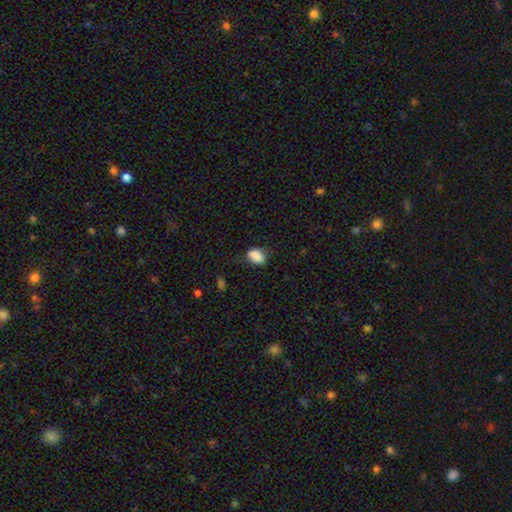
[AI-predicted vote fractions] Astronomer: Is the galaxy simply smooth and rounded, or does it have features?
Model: smooth — 84%.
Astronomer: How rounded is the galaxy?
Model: in between — 83%.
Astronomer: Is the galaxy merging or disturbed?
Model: none — 54% (runner-up: minor disturbance, 30%).